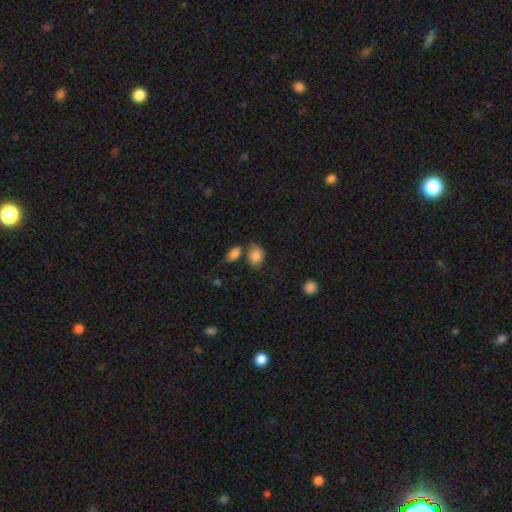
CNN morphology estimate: Smooth or featured? Predicted: smooth (p=0.86). How rounded? Predicted: in between (p=0.61). Merging? Predicted: none (p=0.57).